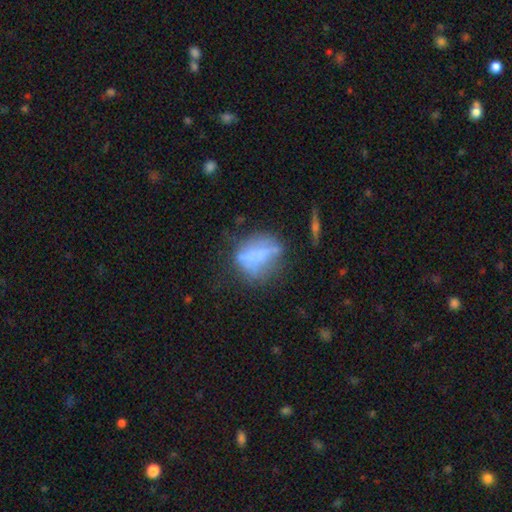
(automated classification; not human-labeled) Smooth or featured? Predicted: smooth (p=0.49). Merging? Predicted: none (p=0.42).